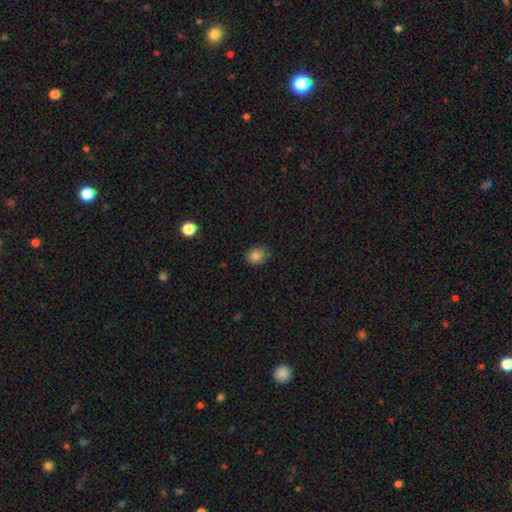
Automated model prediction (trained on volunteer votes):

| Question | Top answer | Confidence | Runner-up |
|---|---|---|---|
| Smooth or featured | smooth | 84% | star or artifact (11%) |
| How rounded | round | 56% | in between (43%) |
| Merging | none | 75% | minor disturbance (20%) |